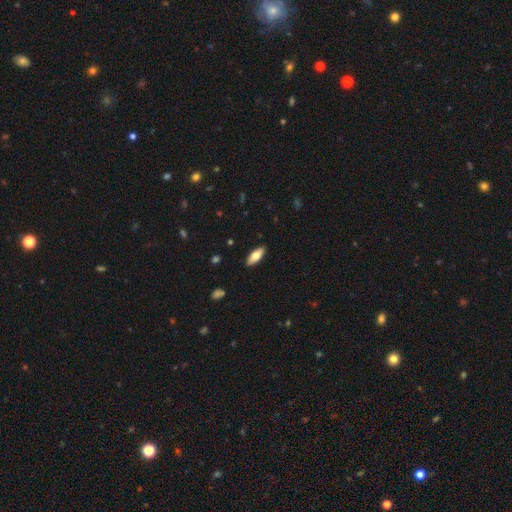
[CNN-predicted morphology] This appears to be a smooth galaxy with no disk features (67%) that is in between round and cigar-shaped (73%). Merging: none (89%).